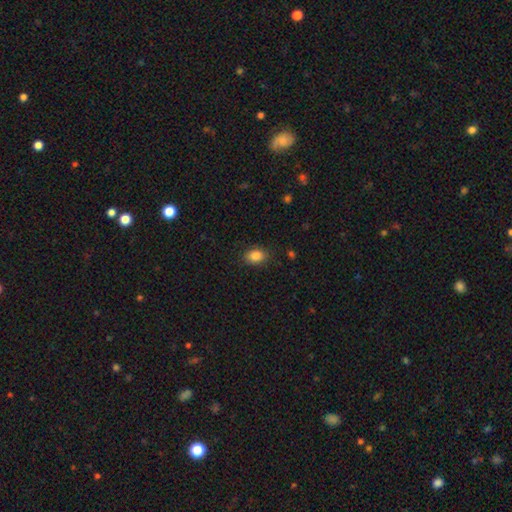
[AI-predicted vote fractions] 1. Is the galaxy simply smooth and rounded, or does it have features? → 86% smooth, 9% star or artifact, 5% featured or disk.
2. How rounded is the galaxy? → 78% in between, 21% round, 1% cigar-shaped.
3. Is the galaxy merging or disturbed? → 85% none, 11% minor disturbance, 3% major disturbance, 1% merger.